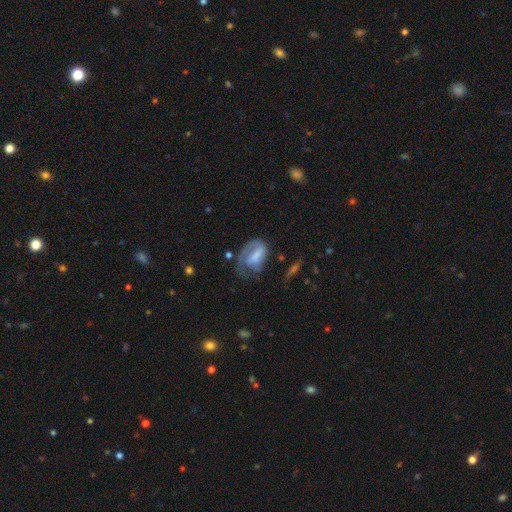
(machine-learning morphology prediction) Q: Smooth or featured?
A: featured or disk (53%); runner-up: smooth (39%)
Q: Edge-on disk?
A: no (95%); runner-up: yes (5%)
Q: Bar?
A: weak (40%); runner-up: no (31%)
Q: Spiral arms?
A: yes (66%); runner-up: no (34%)
Q: Bulge size?
A: none (35%); runner-up: moderate (26%)
Q: Merging?
A: major disturbance (39%); runner-up: none (32%)